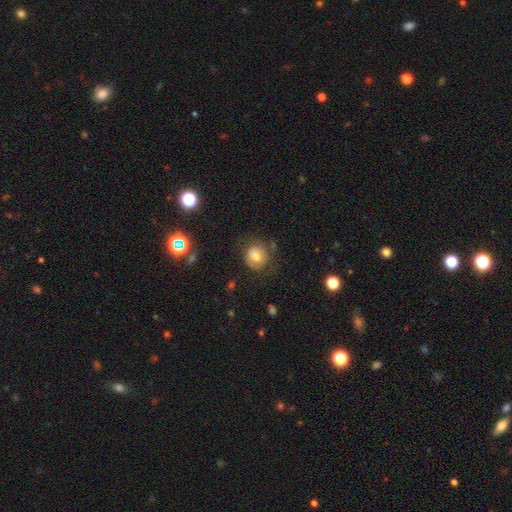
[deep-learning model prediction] This appears to be a smooth galaxy with no disk features (64%) that is round (77%). Merging: none (61%).